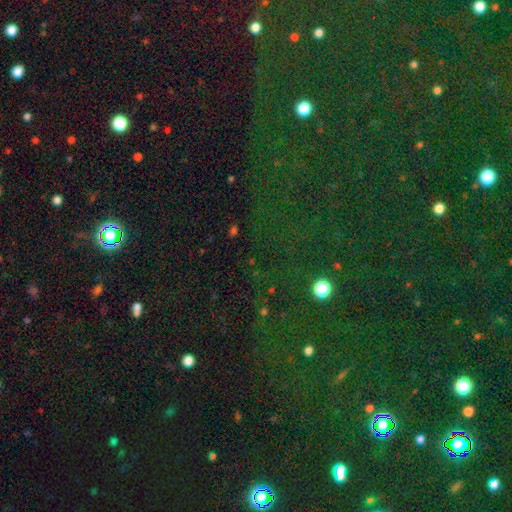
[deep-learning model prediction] star or artifact 80%, smooth 12%, featured or disk 7%.